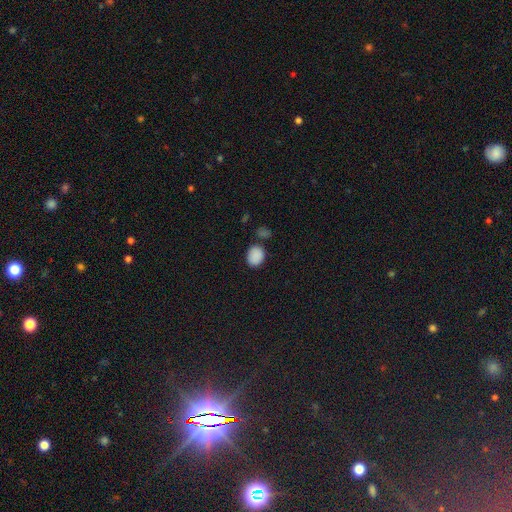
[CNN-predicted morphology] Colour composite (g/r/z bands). It shows a smooth galaxy with no disk features (87%) that is in between round and cigar-shaped (56%). Merging: none (74%).